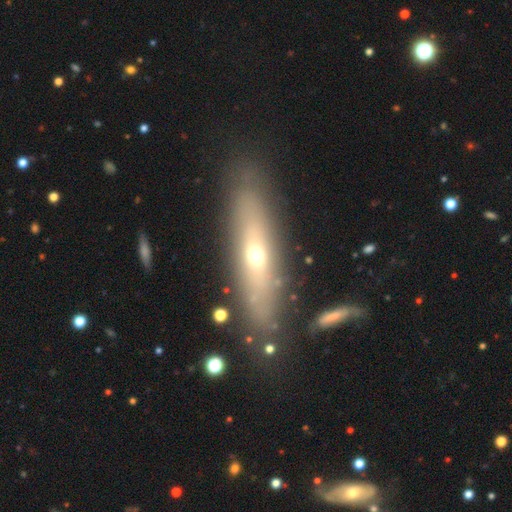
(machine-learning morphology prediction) featured or disk 56%, smooth 36%, star or artifact 8%. Down the decision tree: edge-on disk — yes (56%); merging — none (80%).